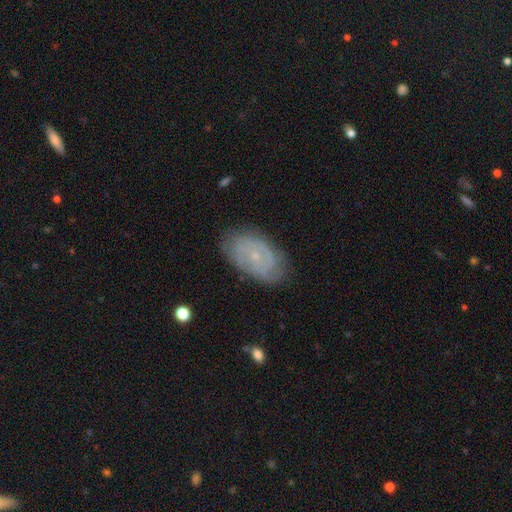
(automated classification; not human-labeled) A featured or disk galaxy (66%) with no bar (73%), tight (57%) spiral arms (81%) and a small central bulge (80%). Merging: none (77%).